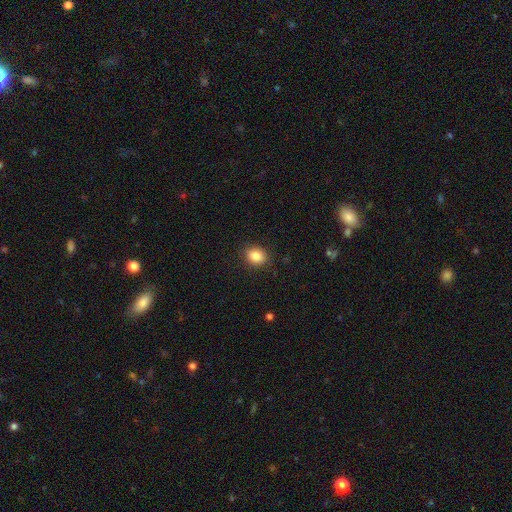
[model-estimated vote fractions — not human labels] smooth_or_featured: smooth (p=0.85) [alt: star or artifact p=0.09]
how_rounded: round (p=0.50) [alt: in between p=0.49]
merging: none (p=0.88) [alt: minor disturbance p=0.08]